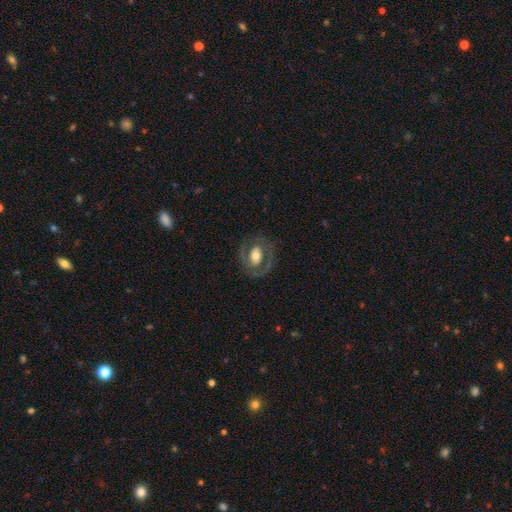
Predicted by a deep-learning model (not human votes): Smooth or featured?
  - featured or disk: 58% *
  - smooth: 36%
  - star or artifact: 7%
Edge-on disk?
  - no: 95% *
  - yes: 5%
Bar?
  - no: 59% *
  - weak: 26%
  - strong: 14%
Spiral arms?
  - no: 55% *
  - yes: 45%
Bulge size?
  - moderate: 60% *
  - large: 24%
  - small: 12%
  - dominant: 2%
  - none: 1%
Merging?
  - none: 73% *
  - minor disturbance: 15%
  - major disturbance: 11%
  - merger: 1%